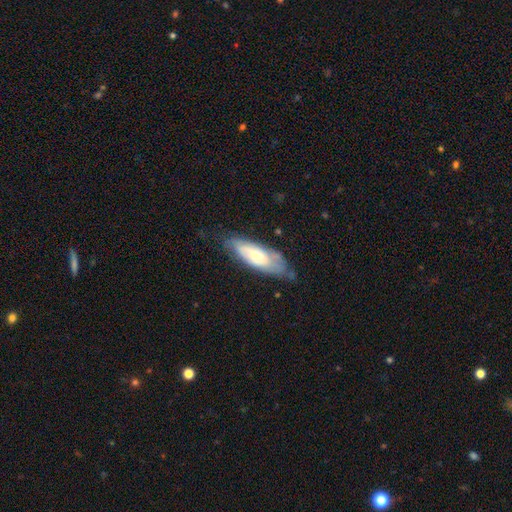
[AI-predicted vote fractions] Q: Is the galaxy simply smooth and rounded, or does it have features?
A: featured or disk — 47%.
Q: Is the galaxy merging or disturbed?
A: none — 63%.